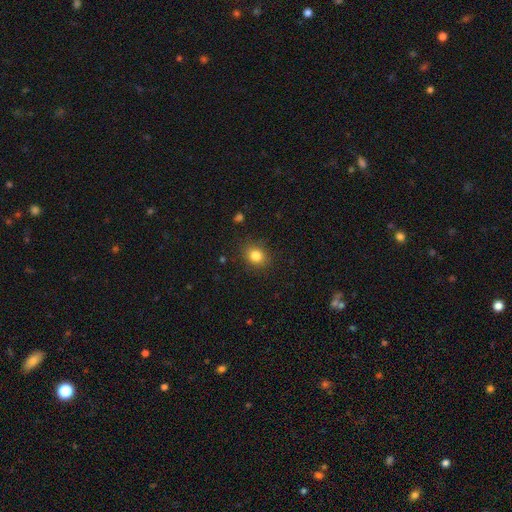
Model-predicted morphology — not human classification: Q: Smooth or featured?
A: smooth (83%); runner-up: star or artifact (11%)
Q: How rounded?
A: round (66%); runner-up: in between (33%)
Q: Merging?
A: none (87%); runner-up: minor disturbance (9%)